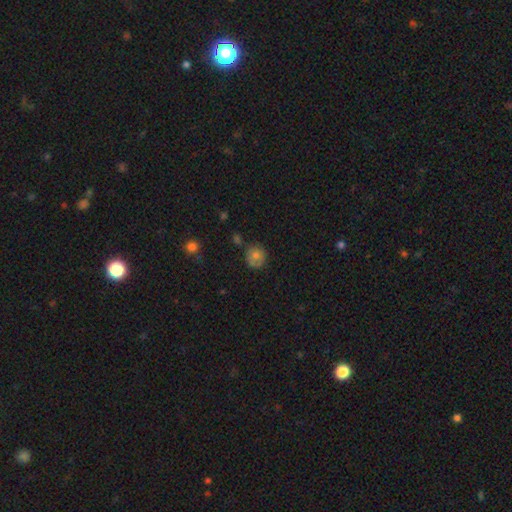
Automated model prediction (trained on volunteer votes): This is likely a smooth galaxy (69%). How rounded: clearly round (85%). Merging: likely none (67%).